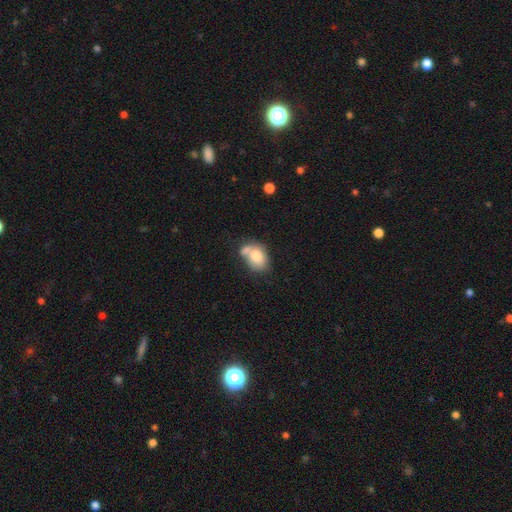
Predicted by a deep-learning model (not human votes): This is likely a smooth galaxy (76%). How rounded: likely in between (72%). Merging: marginally merger (42%).